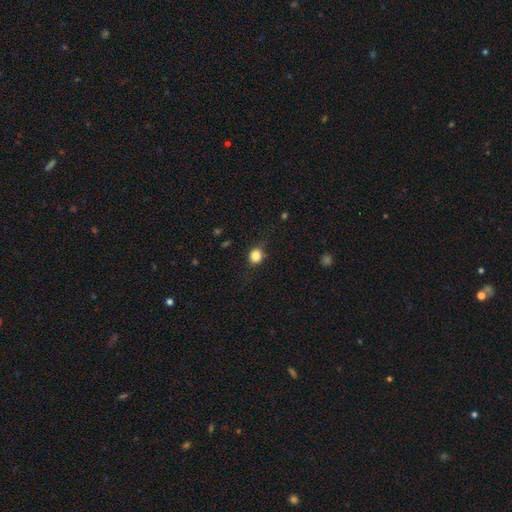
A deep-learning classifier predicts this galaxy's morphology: Smooth or featured? smooth (83%)
How rounded? round (79%)
Merging? none (77%)